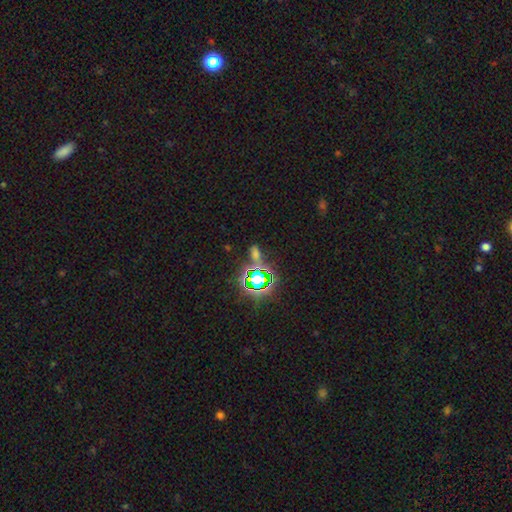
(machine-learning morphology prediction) smooth_or_featured: star or artifact (p=0.68) [alt: smooth p=0.23]